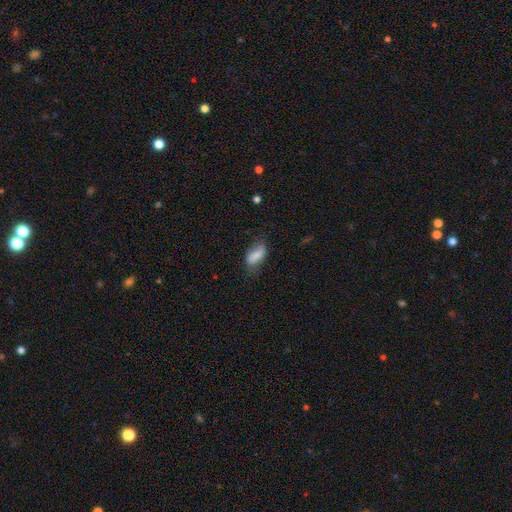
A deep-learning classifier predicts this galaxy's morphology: Smooth or featured? smooth (78%)
How rounded? in between (87%)
Merging? none (58%)